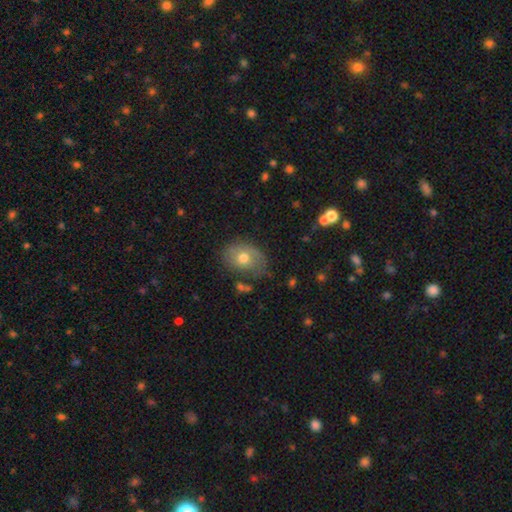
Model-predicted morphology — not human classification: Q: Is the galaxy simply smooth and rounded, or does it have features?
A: smooth — 51%.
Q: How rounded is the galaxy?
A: in between — 52%.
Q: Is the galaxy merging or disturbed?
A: none — 76%.